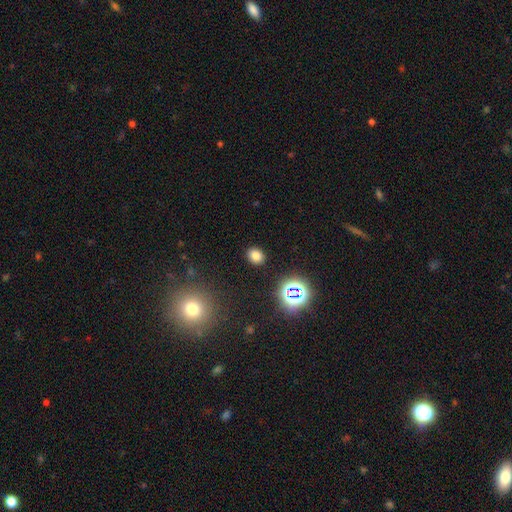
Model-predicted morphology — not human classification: A smooth galaxy with no disk features (75%) that is round (53%).

Vote fractions:
- Smooth or featured? smooth: 75% / star or artifact: 19% / featured or disk: 6%
- How rounded? round: 53% / in between: 46% / cigar-shaped: 1%
- Merging? none: 88% / minor disturbance: 7% / major disturbance: 3% / merger: 2%